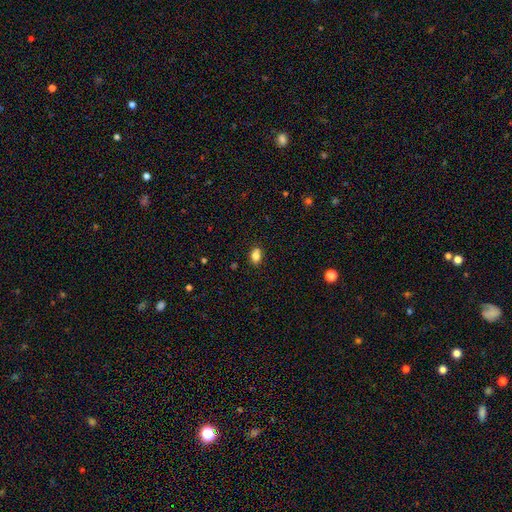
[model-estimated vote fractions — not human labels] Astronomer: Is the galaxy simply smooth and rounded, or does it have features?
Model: smooth — 82%.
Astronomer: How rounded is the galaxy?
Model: in between — 76%.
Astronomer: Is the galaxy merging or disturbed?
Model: none — 78%.